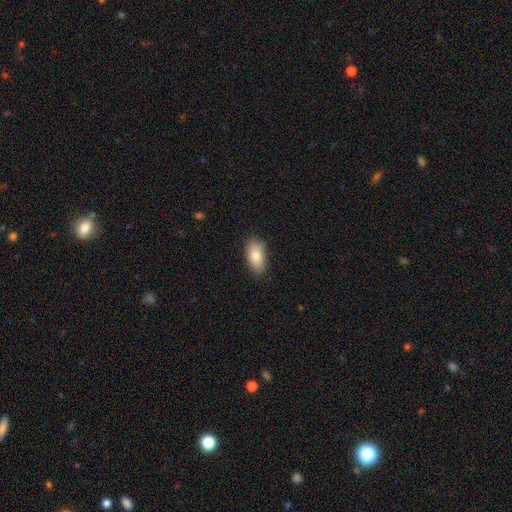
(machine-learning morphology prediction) Smooth or featured: smooth — 82% (featured or disk — 11%)
How rounded: in between — 90% (cigar-shaped — 6%)
Merging: none — 81% (minor disturbance — 15%)